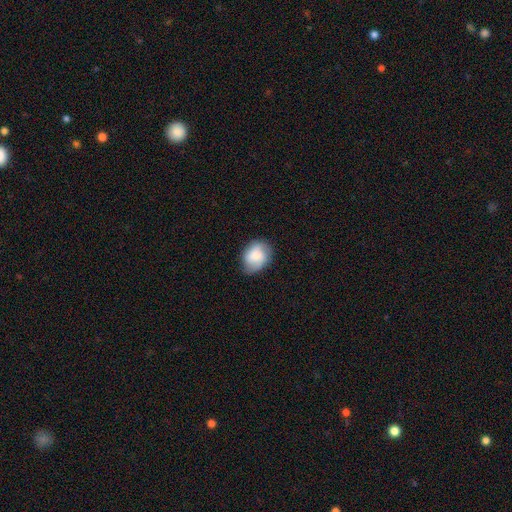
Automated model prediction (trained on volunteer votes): Smooth or featured? Predicted: smooth (p=0.66). How rounded? Predicted: in between (p=0.61). Merging? Predicted: none (p=0.69).